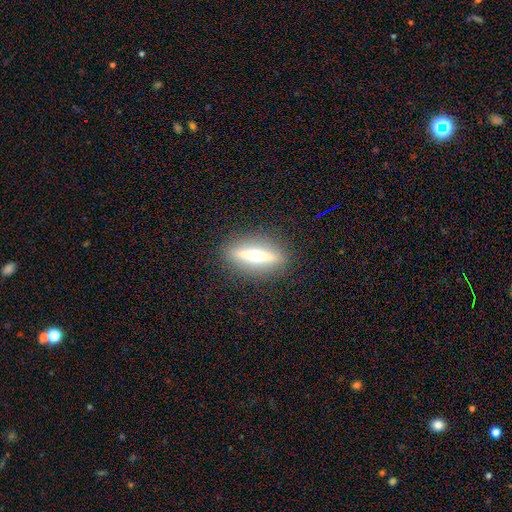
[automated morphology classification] A featured or disk galaxy (62%) viewed edge-on (86%) with a rounded central bulge (90%).

Vote fractions:
- Smooth or featured? featured or disk: 62% / smooth: 31% / star or artifact: 7%
- Edge-on disk? yes: 86% / no: 14%
- Edge-on bulge? rounded: 90% / none: 5% / boxy: 5%
- Merging? none: 88% / minor disturbance: 8% / major disturbance: 3% / merger: 1%